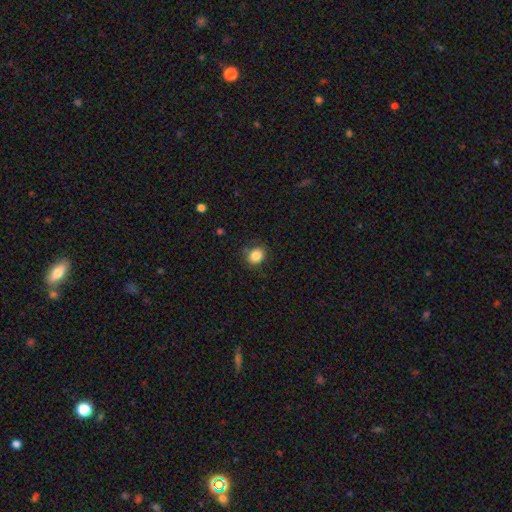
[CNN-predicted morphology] Overall: smooth (84%). How rounded: round (62%; in between 37%). Merging: none (80%).